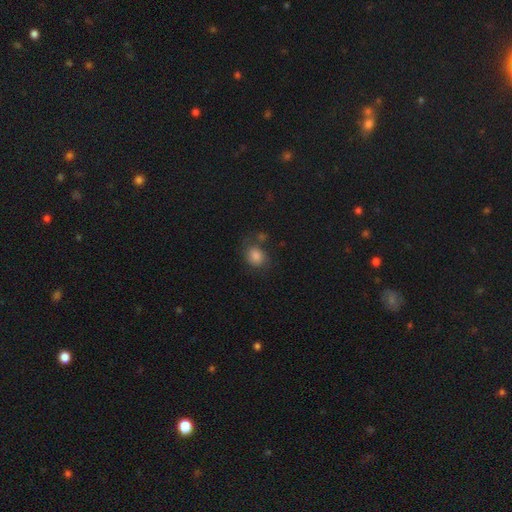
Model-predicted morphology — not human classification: The model was most divided on "how rounded": round: 57%, in between: 42%, cigar-shaped: 1%. More confident: smooth or featured — smooth (74%); merging — none (54%).